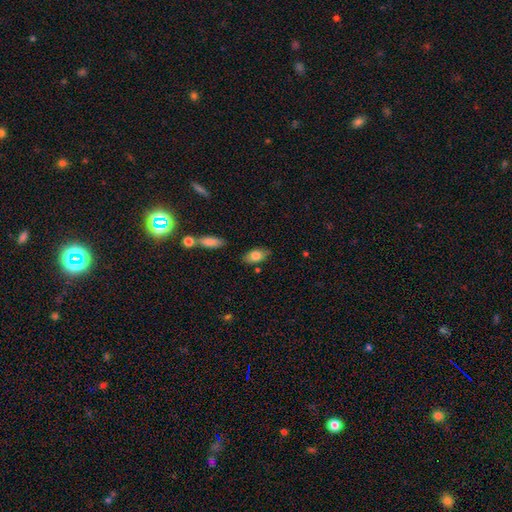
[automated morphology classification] Smooth or featured? Predicted: smooth (p=0.79). How rounded? Predicted: in between (p=0.89). Merging? Predicted: none (p=0.79).